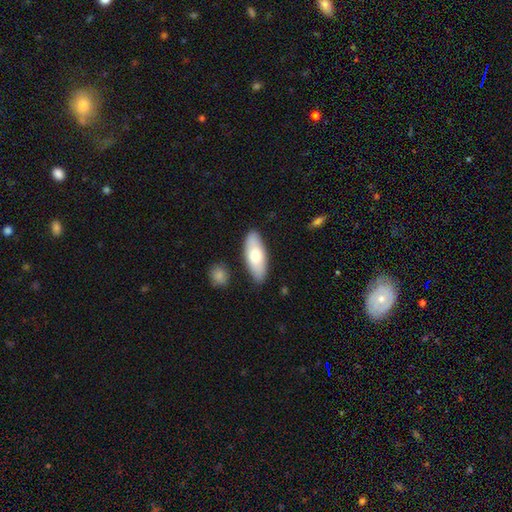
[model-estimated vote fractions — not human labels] Morphology: type=smooth (71%); roundness=in between (76%); merging=none (85%).